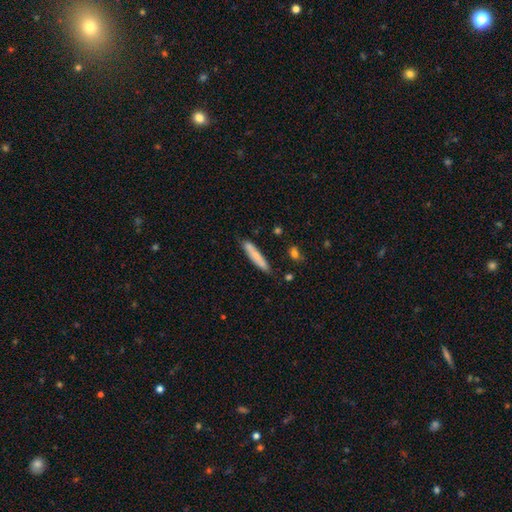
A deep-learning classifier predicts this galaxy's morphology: Smooth or featured: smooth — 73% (featured or disk — 21%)
How rounded: cigar-shaped — 89% (in between — 9%)
Merging: none — 81% (minor disturbance — 14%)